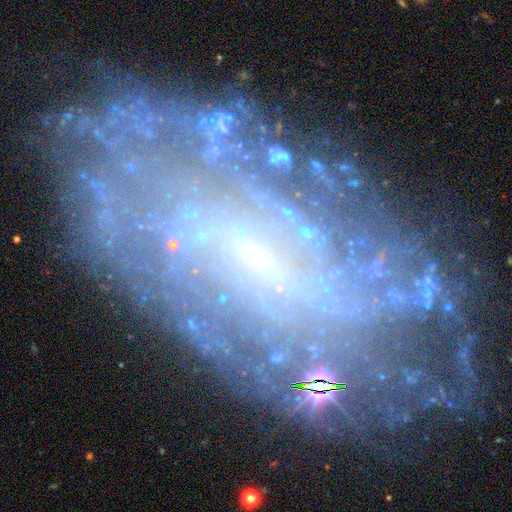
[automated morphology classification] The model was most divided on "bar": weak: 47%, no: 33%, strong: 20%. More confident: edge-on disk — no (94%); spiral arms — yes (82%); smooth or featured — featured or disk (80%); merging — none (72%); bulge size — small (65%); spiral winding — tight (61%); spiral arm count — can't tell (57%).